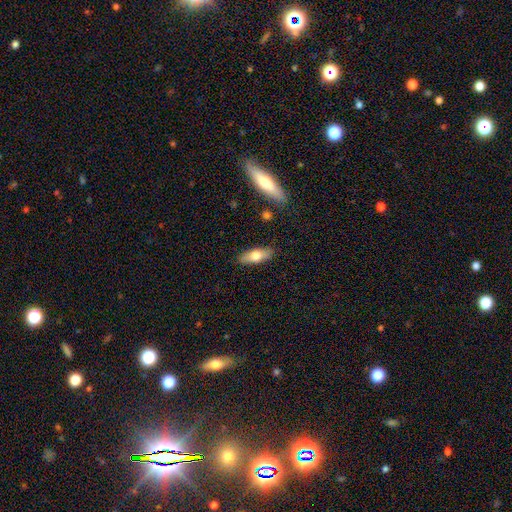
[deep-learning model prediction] Smooth or featured? smooth (65%)
How rounded? in between (65%)
Merging? none (86%)